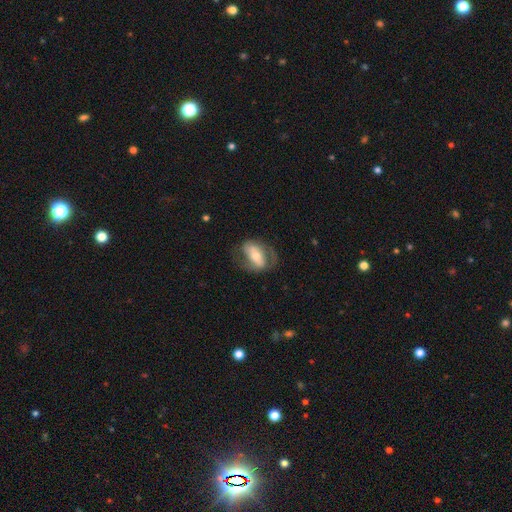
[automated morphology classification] type=featured or disk (67%); edge-on=no (91%); bar=strong (53%); spiral arms=yes (71%); bulge=moderate (57%); merging=none (65%).